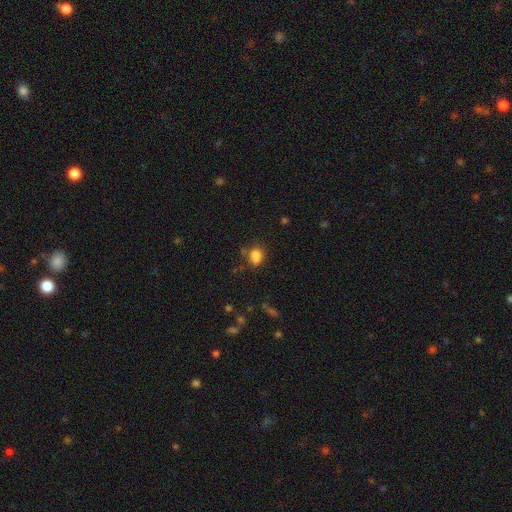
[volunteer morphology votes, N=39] smooth_or_featured: smooth (p=0.87) [alt: star or artifact p=0.10]
how_rounded: round (p=0.59) [alt: in between p=0.38]
merging: none (p=0.46) [alt: minor disturbance p=0.37]